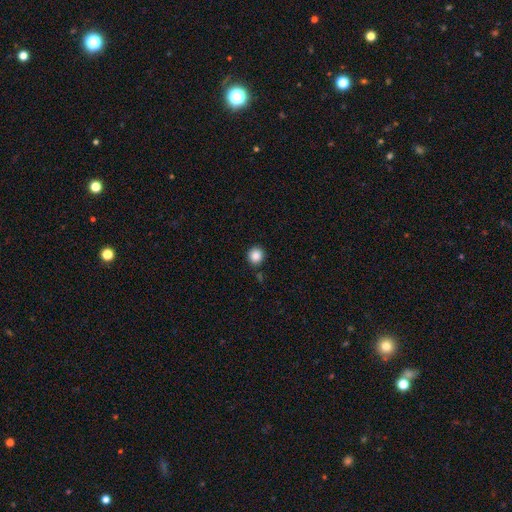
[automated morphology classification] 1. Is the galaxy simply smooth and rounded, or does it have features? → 87% smooth, 10% star or artifact, 3% featured or disk.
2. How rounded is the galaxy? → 91% round, 8% in between, 1% cigar-shaped.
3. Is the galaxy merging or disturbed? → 87% none, 8% minor disturbance, 3% merger, 2% major disturbance.